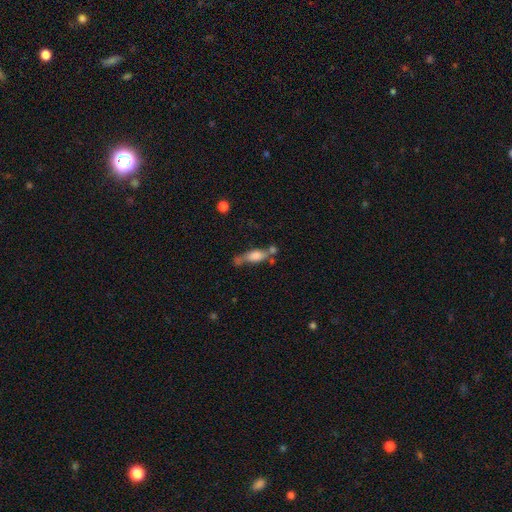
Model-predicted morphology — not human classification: Q: Smooth or featured?
A: smooth (62%); runner-up: featured or disk (29%)
Q: How rounded?
A: in between (57%); runner-up: cigar-shaped (37%)
Q: Merging?
A: none (36%); runner-up: merger (31%)